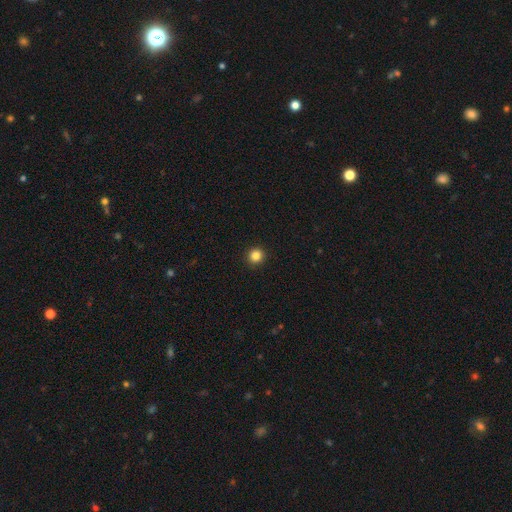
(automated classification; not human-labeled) Q: Smooth or featured?
A: smooth (84%); runner-up: star or artifact (12%)
Q: How rounded?
A: round (95%); runner-up: in between (4%)
Q: Merging?
A: none (93%); runner-up: minor disturbance (4%)